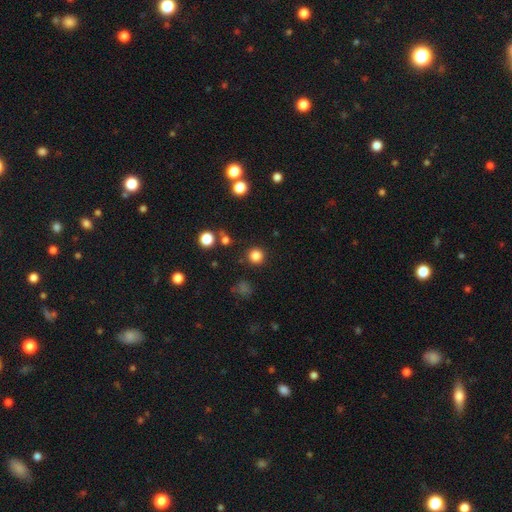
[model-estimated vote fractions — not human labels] This is clearly a smooth galaxy (82%). How rounded: clearly round (95%). Merging: clearly none (89%).